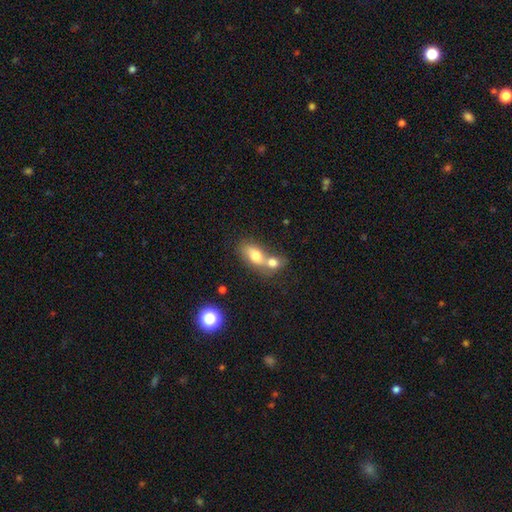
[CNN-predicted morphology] This is likely a smooth galaxy (73%). How rounded: likely in between (79%). Merging: likely merger (67%).